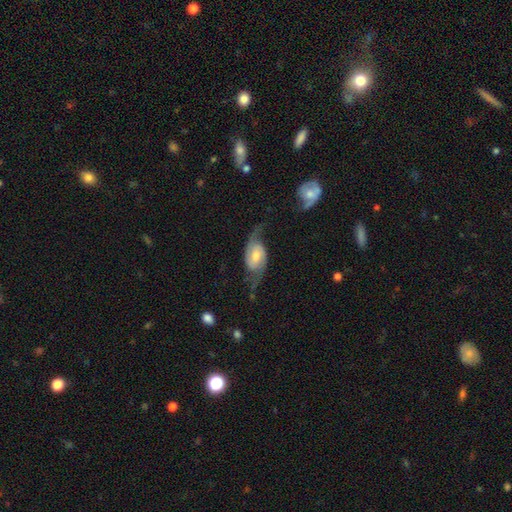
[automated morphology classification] A featured or disk galaxy (79%) with a weak bar (46%), 2 (92%) loose (60%) spiral arms (95%) and a moderate central bulge (51%). Merging: none (62%).